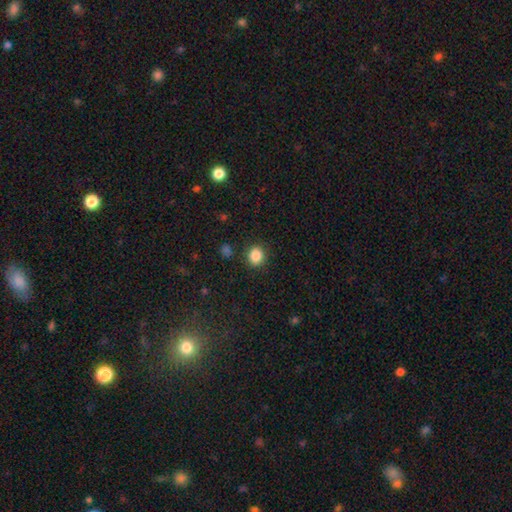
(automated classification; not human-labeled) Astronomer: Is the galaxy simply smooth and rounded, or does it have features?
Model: smooth — 86%.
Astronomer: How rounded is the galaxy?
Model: round — 79%.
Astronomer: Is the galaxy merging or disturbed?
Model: none — 88%.